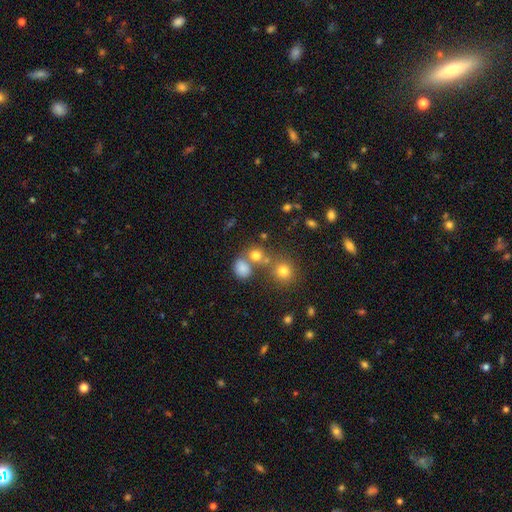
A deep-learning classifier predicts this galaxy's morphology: A smooth galaxy with no disk features (74%) that is round (73%). Merging: none (55%).